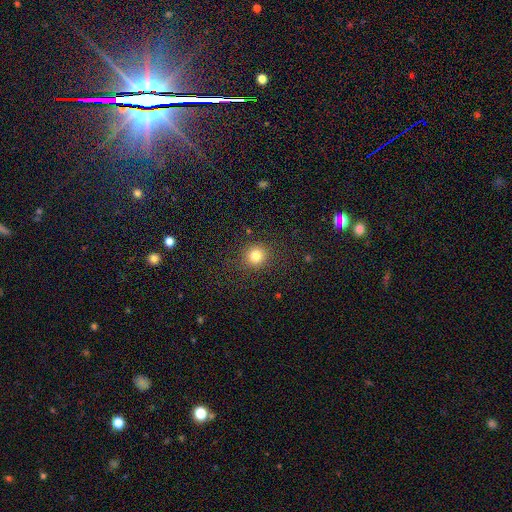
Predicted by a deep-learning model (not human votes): A smooth galaxy with no disk features (81%) that is round (87%). Merging: none (88%).